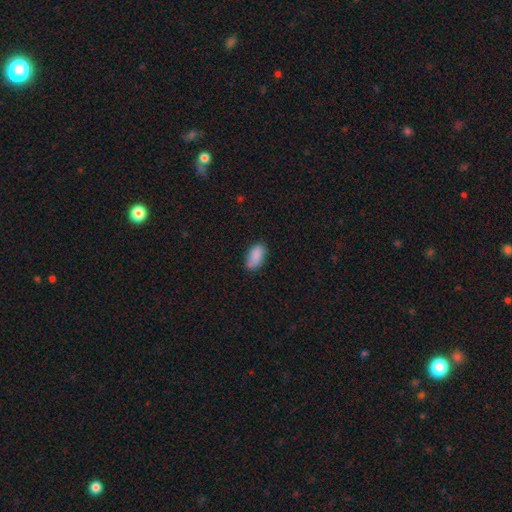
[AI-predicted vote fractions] This is clearly a smooth galaxy (87%). How rounded: clearly in between (93%). Merging: likely none (75%).